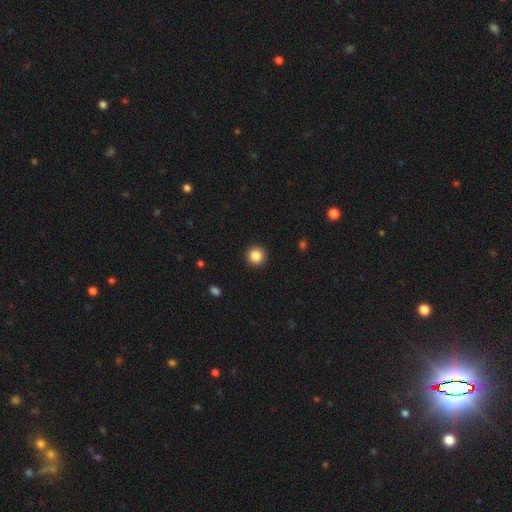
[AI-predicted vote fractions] Smooth or featured: smooth — 87% (star or artifact — 10%)
How rounded: round — 96% (in between — 3%)
Merging: none — 93% (minor disturbance — 4%)